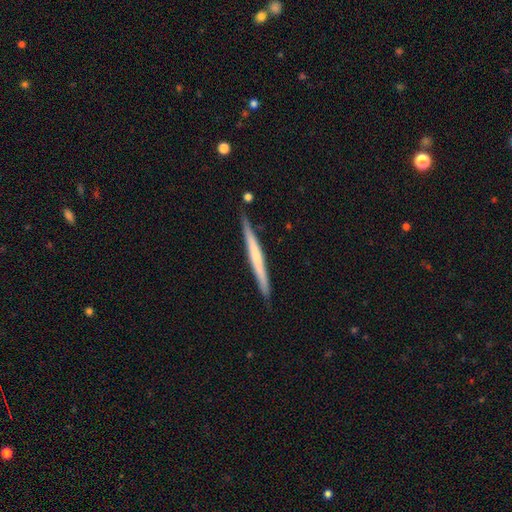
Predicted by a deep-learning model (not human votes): A featured or disk galaxy (48%).

Vote fractions:
- Smooth or featured? featured or disk: 48% / smooth: 47% / star or artifact: 5%
- Merging? none: 86% / minor disturbance: 10% / merger: 2% / major disturbance: 2%